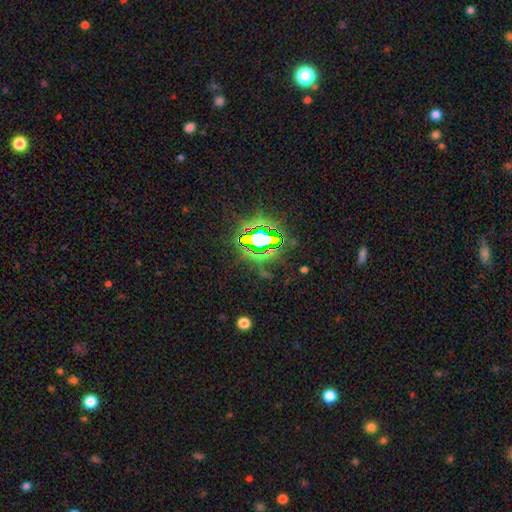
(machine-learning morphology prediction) type=star or artifact (80%).